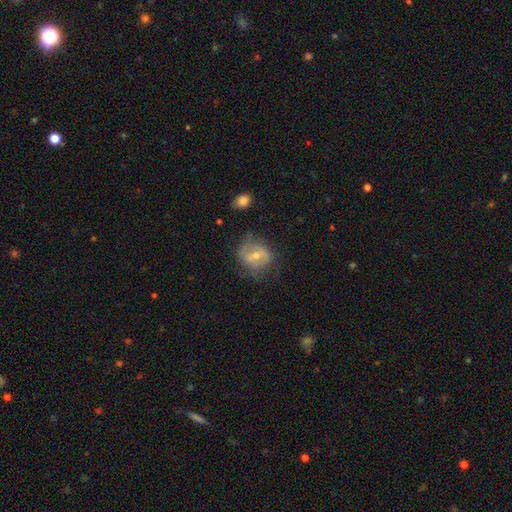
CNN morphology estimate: The model was most divided on "spiral arms" (2-way tie): yes: 50%, no: 50%. Remaining: edge-on disk — no (94%); merging — none (62%); smooth or featured — featured or disk (57%); bulge size — moderate (52%); bar — weak (41%).